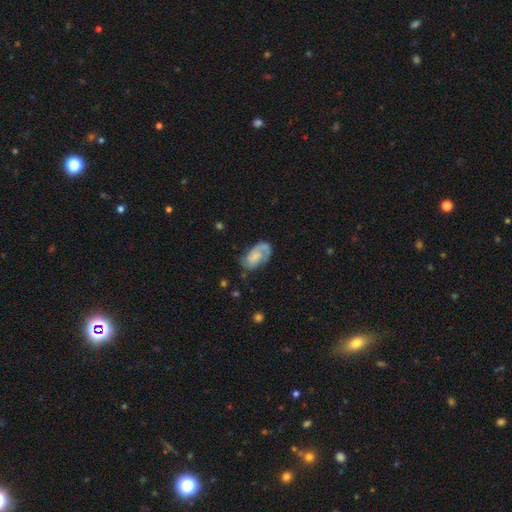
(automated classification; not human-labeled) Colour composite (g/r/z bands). It shows a featured or disk galaxy (60%) with no bar (66%), 2 (50%) medium (40%) spiral arms (88%) and no central bulge (37%). Merging: none (55%).